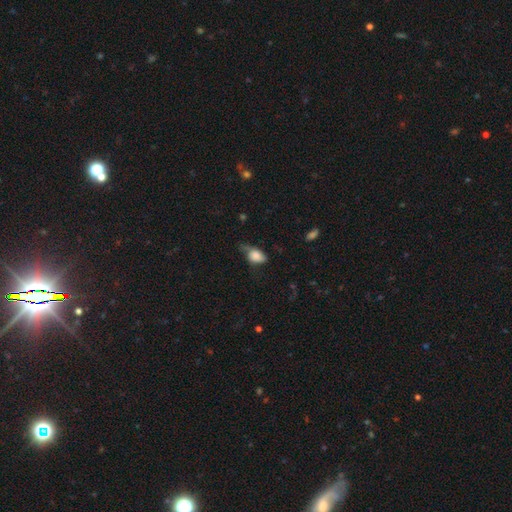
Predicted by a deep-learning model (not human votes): Smooth or featured: smooth — 74% (featured or disk — 17%)
How rounded: in between — 79% (round — 18%)
Merging: minor disturbance — 40% (none — 30%)